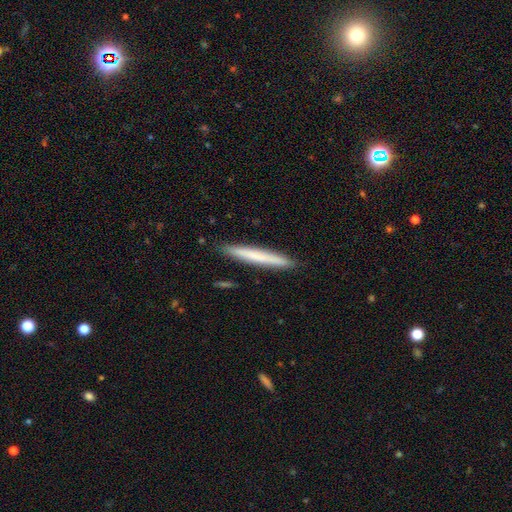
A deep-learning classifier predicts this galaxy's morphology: Smooth or featured? Predicted: smooth (p=0.65). How rounded? Predicted: cigar-shaped (p=0.97). Merging? Predicted: none (p=0.91).